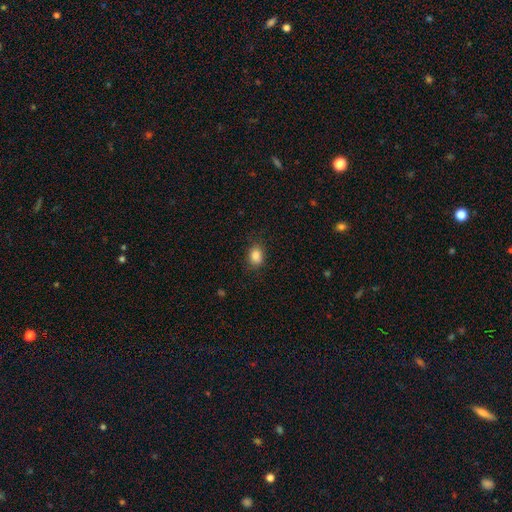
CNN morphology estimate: This is clearly a smooth galaxy (86%). How rounded: likely in between (66%). Merging: clearly none (82%).